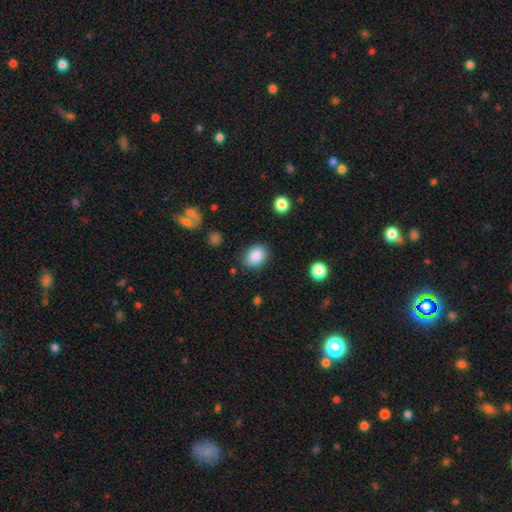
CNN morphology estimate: This is clearly a smooth galaxy (87%). How rounded: likely in between (66%). Merging: clearly none (82%).